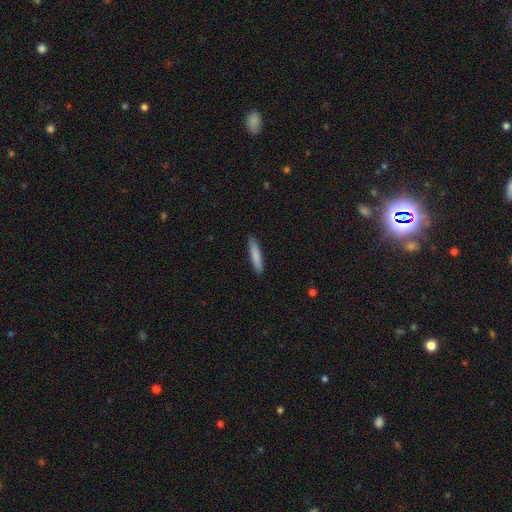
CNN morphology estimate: Smooth or featured?
  - smooth: 83% *
  - featured or disk: 12%
  - star or artifact: 5%
How rounded?
  - cigar-shaped: 89% *
  - in between: 10%
  - round: 1%
Merging?
  - none: 89% *
  - minor disturbance: 8%
  - major disturbance: 2%
  - merger: 1%